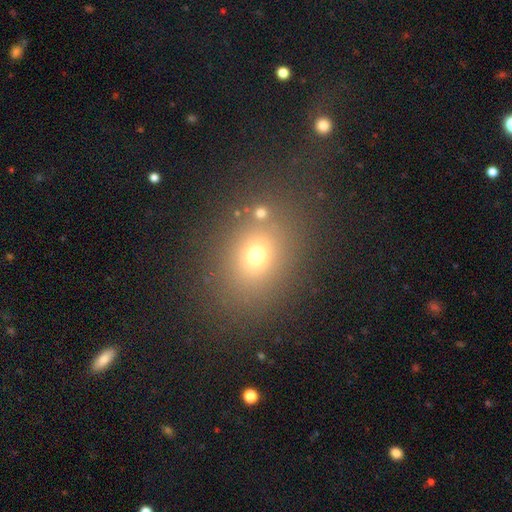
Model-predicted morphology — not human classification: This is likely a smooth galaxy (68%). How rounded: possibly in between (52%). Merging: likely none (79%).